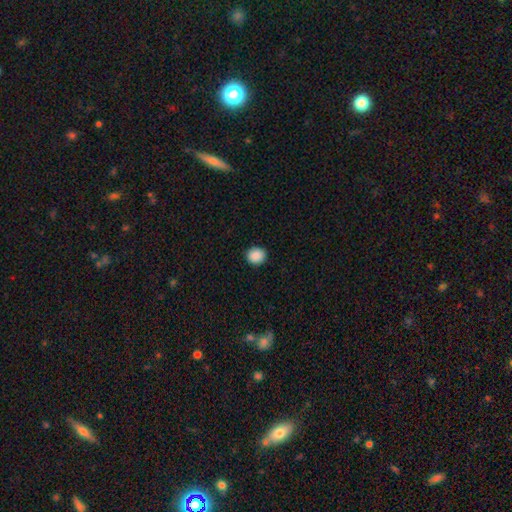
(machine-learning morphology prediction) A smooth galaxy with no disk features (89%) that is round (78%).

Vote fractions:
- Smooth or featured? smooth: 89% / star or artifact: 8% / featured or disk: 2%
- How rounded? round: 78% / in between: 21% / cigar-shaped: 1%
- Merging? none: 91% / minor disturbance: 6% / major disturbance: 2% / merger: 1%